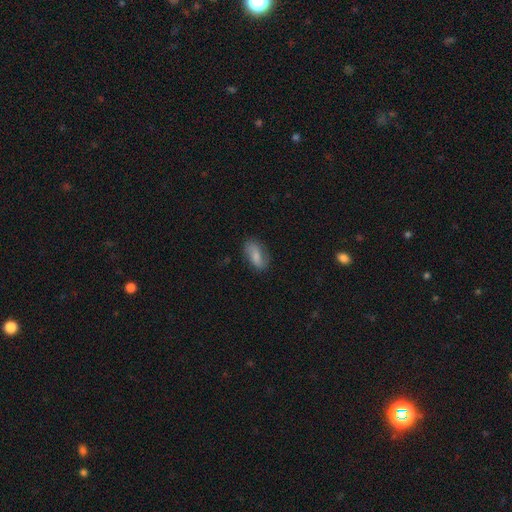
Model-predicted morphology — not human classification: type=smooth (63%); roundness=in between (86%); merging=none (74%).